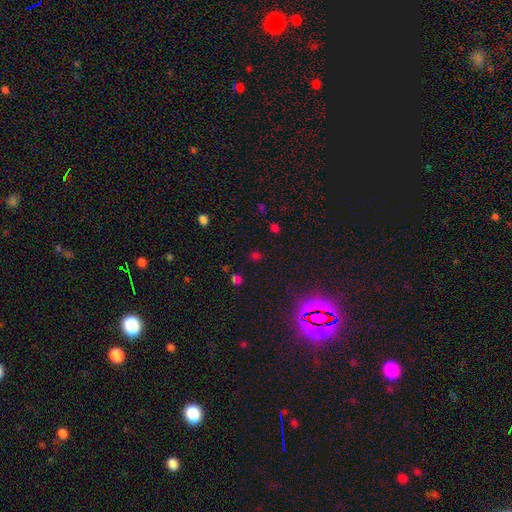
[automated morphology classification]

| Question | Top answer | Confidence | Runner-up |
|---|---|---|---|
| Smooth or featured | star or artifact | 51% | smooth (43%) |